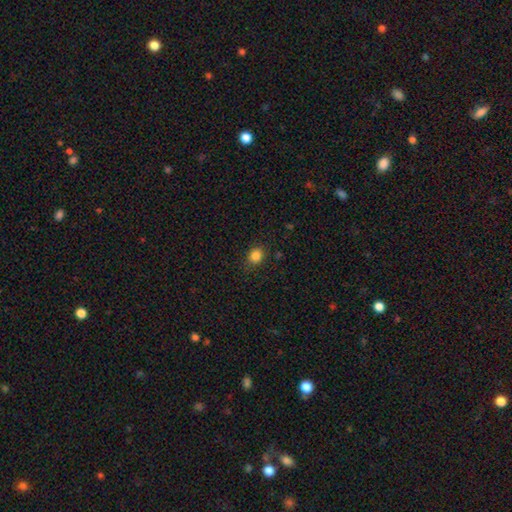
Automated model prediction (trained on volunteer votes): Overall: smooth (84%). How rounded: round (61%; in between 38%). Merging: none (84%).